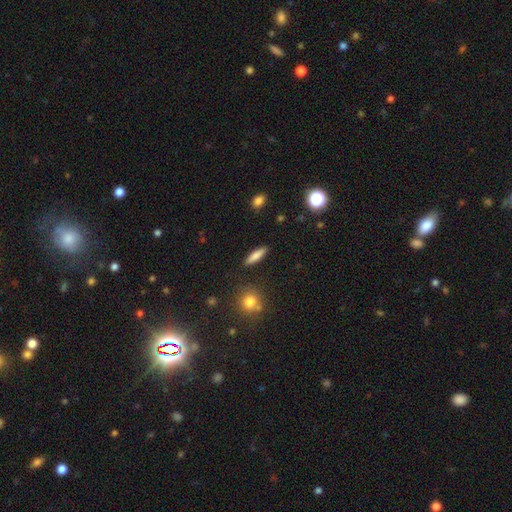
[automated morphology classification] Overall: smooth (77%). How rounded: cigar-shaped (69%). Merging: none (89%).